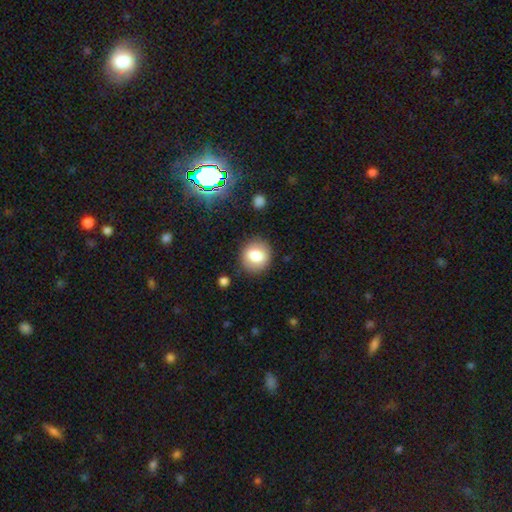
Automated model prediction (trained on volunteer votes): smooth 78%, featured or disk 12%, star or artifact 10%. Down the decision tree: how rounded — round (78%); merging — none (86%).